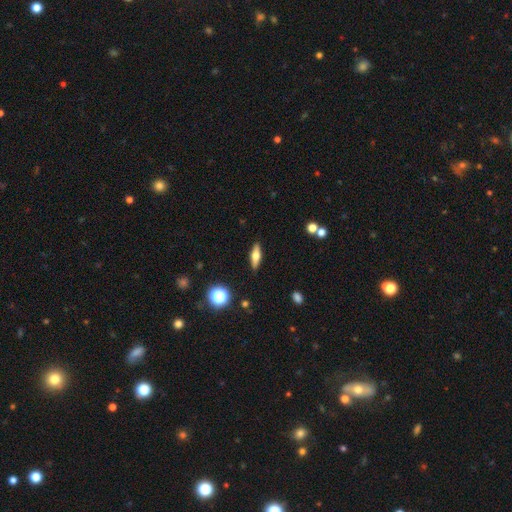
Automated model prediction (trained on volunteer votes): A featured or disk galaxy (46%, tied with smooth). Merging: none (89%).